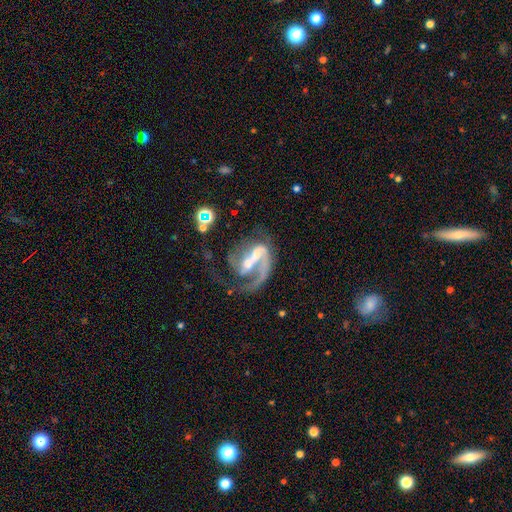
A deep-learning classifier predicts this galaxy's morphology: Q: Smooth or featured?
A: featured or disk (84%); runner-up: smooth (8%)
Q: Edge-on disk?
A: no (97%); runner-up: yes (3%)
Q: Bar?
A: strong (42%); runner-up: weak (35%)
Q: Spiral arms?
A: yes (91%); runner-up: no (9%)
Q: Spiral winding?
A: medium (44%); runner-up: loose (35%)
Q: Spiral arm count?
A: 1 (58%); runner-up: 2 (32%)
Q: Bulge size?
A: small (43%); runner-up: moderate (42%)
Q: Merging?
A: major disturbance (33%); runner-up: none (31%)